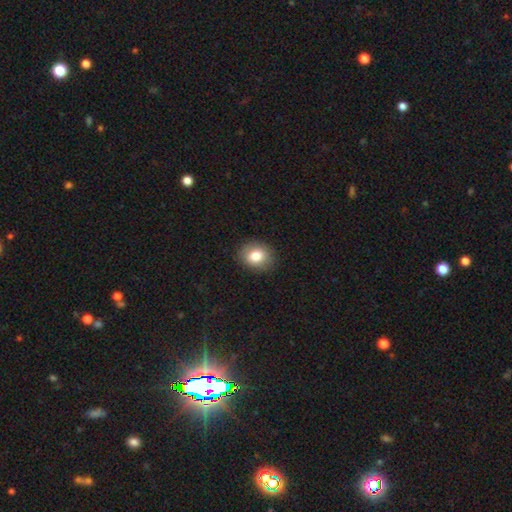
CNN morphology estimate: Smooth or featured: smooth — 80% (featured or disk — 11%)
How rounded: round — 57% (in between — 42%)
Merging: none — 88% (minor disturbance — 9%)